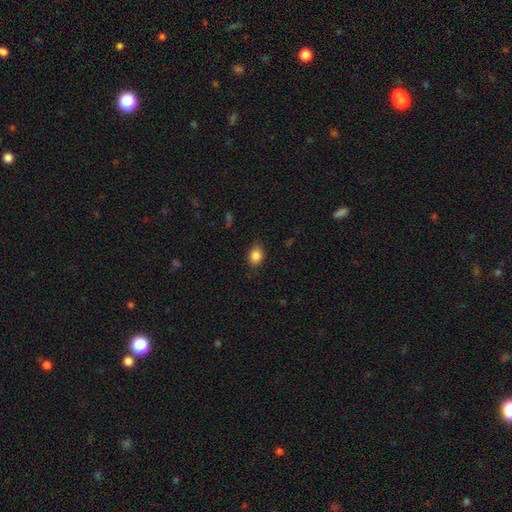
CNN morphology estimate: Smooth or featured? Predicted: smooth (p=0.86). How rounded? Predicted: in between (p=0.62). Merging? Predicted: none (p=0.81).